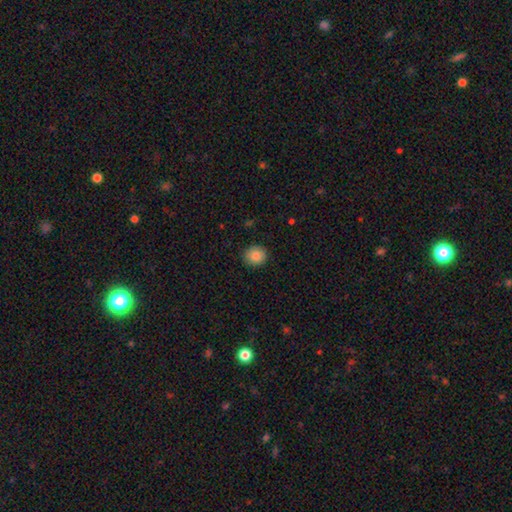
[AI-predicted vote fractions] smooth-or-featured: smooth: 84% | star or artifact: 9% | featured or disk: 7%
  how-rounded: round: 84% | in between: 16% | cigar-shaped: 1%
  merging: none: 90% | minor disturbance: 7% | major disturbance: 2% | merger: 1%